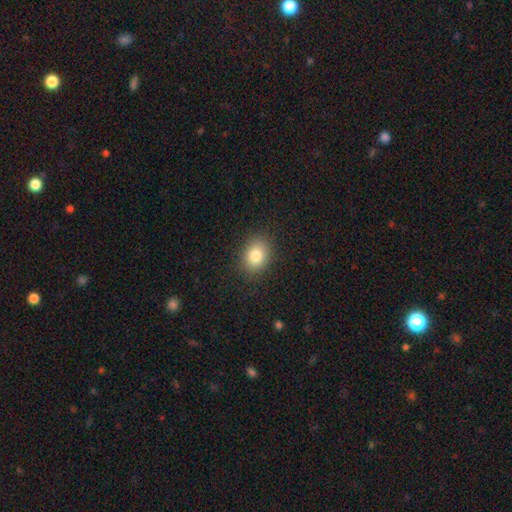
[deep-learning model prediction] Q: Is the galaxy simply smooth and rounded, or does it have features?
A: smooth — 82%.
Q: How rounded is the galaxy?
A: in between — 54%.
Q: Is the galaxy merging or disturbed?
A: none — 87%.